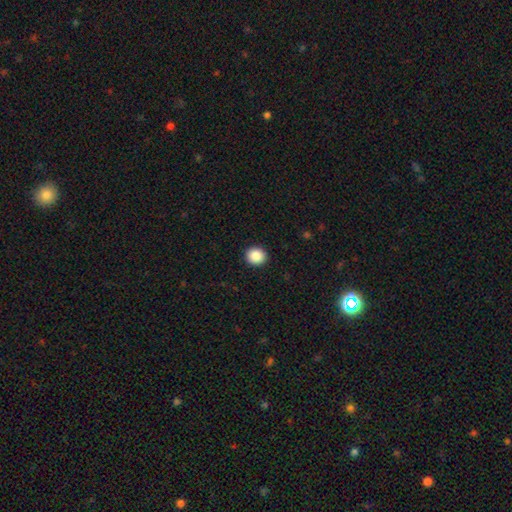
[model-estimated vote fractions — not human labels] Overall: smooth (88%). How rounded: round (90%). Merging: none (93%).